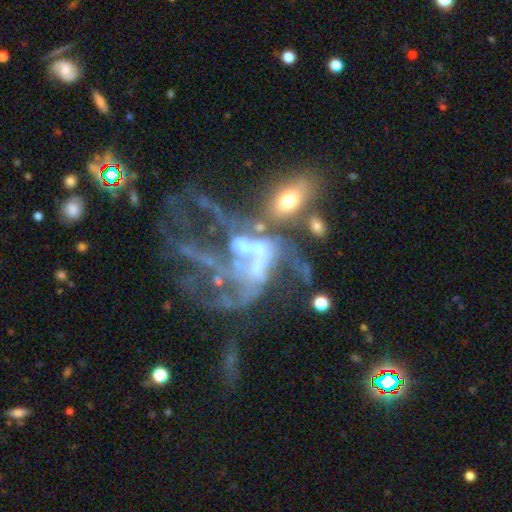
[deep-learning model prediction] featured or disk 73%, star or artifact 17%, smooth 10%. Down the decision tree: edge-on disk — no (97%); bar — no (70%); spiral arms — no (58%); bulge size — none (40%); merging — major disturbance (44%).